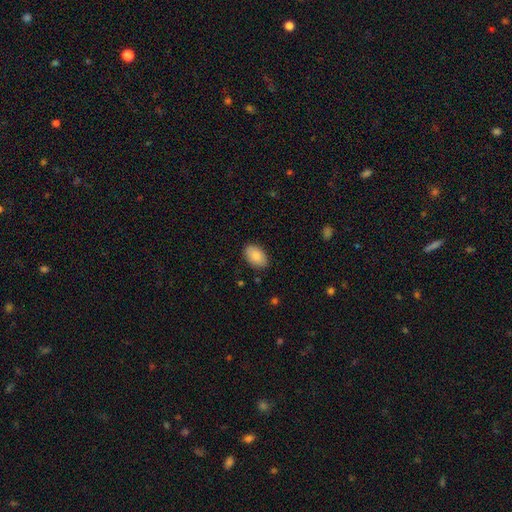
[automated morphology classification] Smooth or featured?
  - smooth: 86% *
  - featured or disk: 8%
  - star or artifact: 6%
How rounded?
  - in between: 91% *
  - round: 8%
  - cigar-shaped: 1%
Merging?
  - none: 86% *
  - minor disturbance: 10%
  - major disturbance: 2%
  - merger: 1%